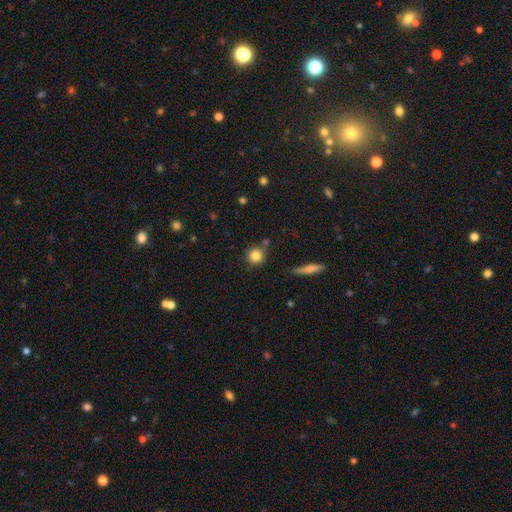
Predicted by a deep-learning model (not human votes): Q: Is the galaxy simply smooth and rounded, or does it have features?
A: smooth — 84%.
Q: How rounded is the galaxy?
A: round — 90%.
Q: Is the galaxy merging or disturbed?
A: none — 76%.